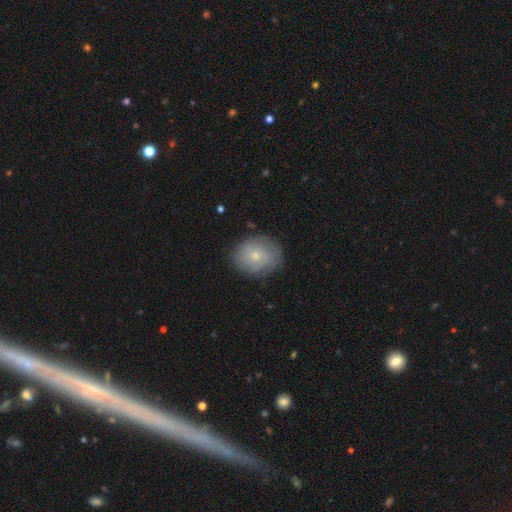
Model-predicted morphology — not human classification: Overall: smooth (64%; featured or disk 28%). How rounded: round (53%; in between 46%). Merging: none (78%).